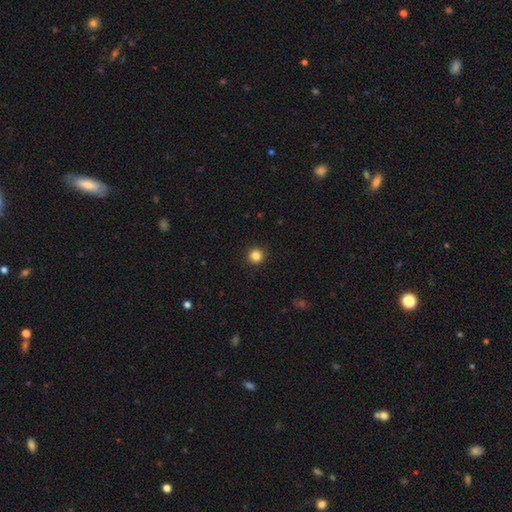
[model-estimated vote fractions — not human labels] This appears to be a smooth galaxy with no disk features (84%) that is round (95%). Merging: none (93%).